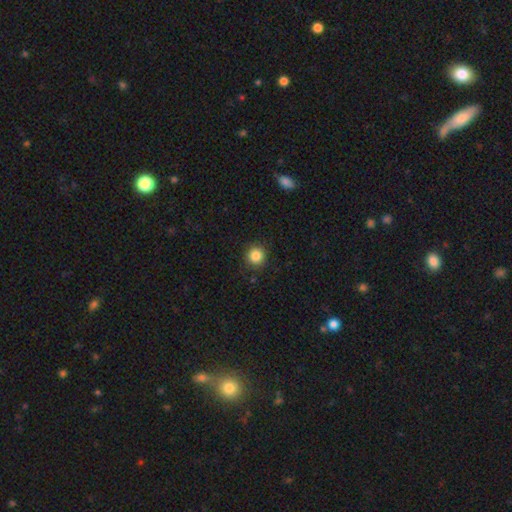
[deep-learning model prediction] smooth_or_featured: smooth (p=0.86) [alt: star or artifact p=0.10]
how_rounded: round (p=0.93) [alt: in between p=0.06]
merging: none (p=0.90) [alt: minor disturbance p=0.07]